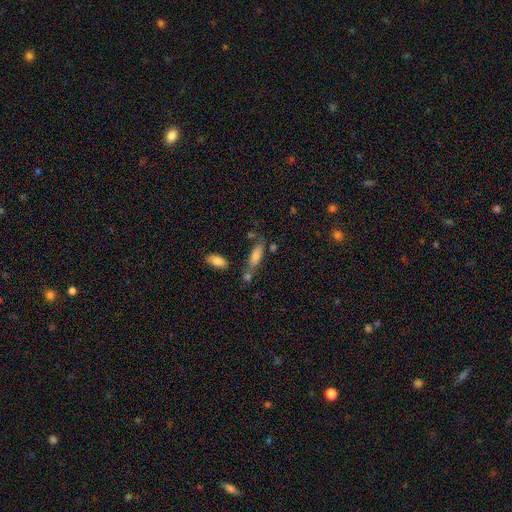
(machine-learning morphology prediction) smooth 72%, featured or disk 18%, star or artifact 10%. Down the decision tree: how rounded — in between (57%); merging — none (57%).